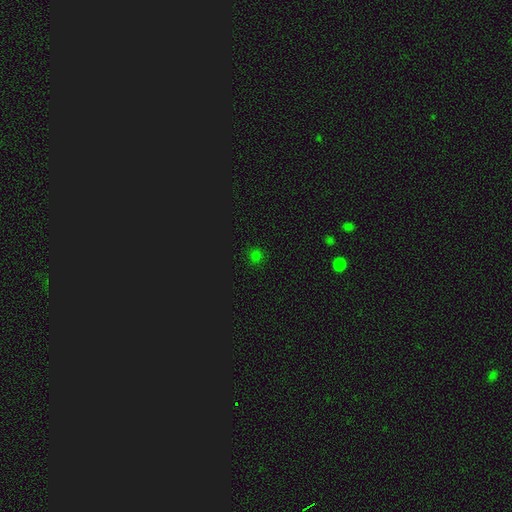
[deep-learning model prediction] The model was most divided on "smooth or featured": smooth: 68%, star or artifact: 28%, featured or disk: 4%. More confident: how rounded — round (91%); merging — none (90%).